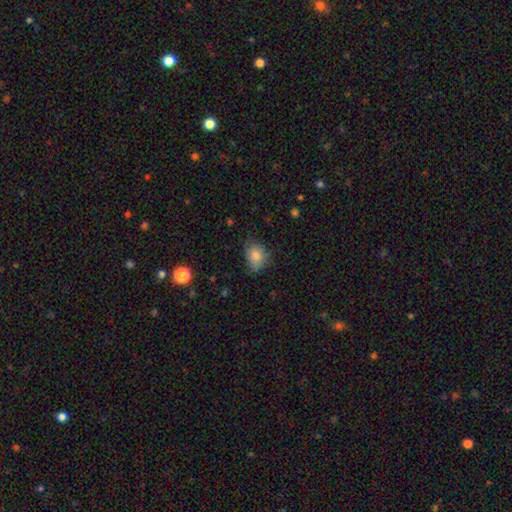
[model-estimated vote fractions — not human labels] This appears to be a smooth galaxy with no disk features (81%) that is in between round and cigar-shaped (60%). Merging: none (62%).